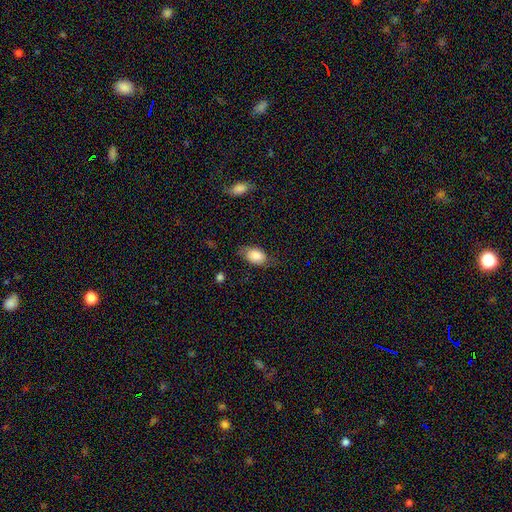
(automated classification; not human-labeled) Smooth or featured? smooth (78%)
How rounded? in between (89%)
Merging? none (64%)